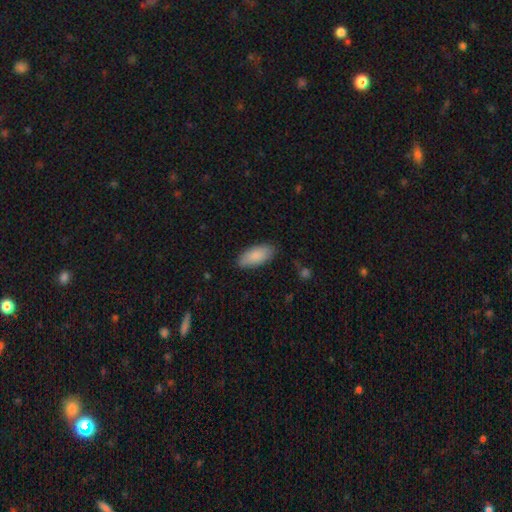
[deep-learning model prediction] Smooth or featured? smooth (87%)
How rounded? in between (87%)
Merging? none (84%)